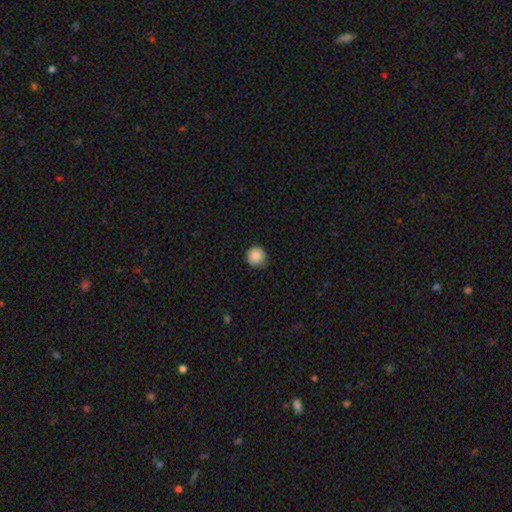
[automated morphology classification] Smooth or featured? smooth (87%)
How rounded? round (95%)
Merging? none (81%)